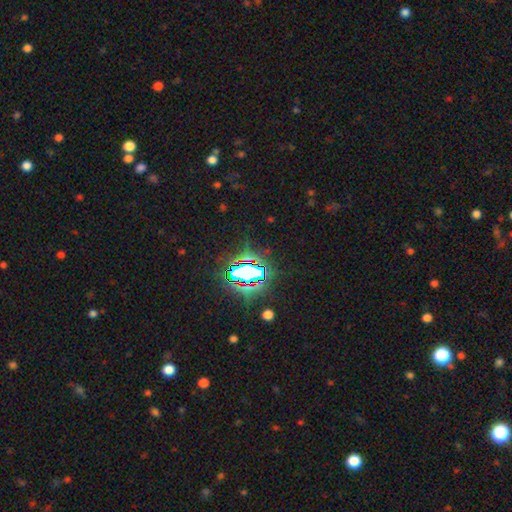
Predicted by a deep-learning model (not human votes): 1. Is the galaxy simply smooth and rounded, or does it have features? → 85% star or artifact, 8% smooth, 7% featured or disk.